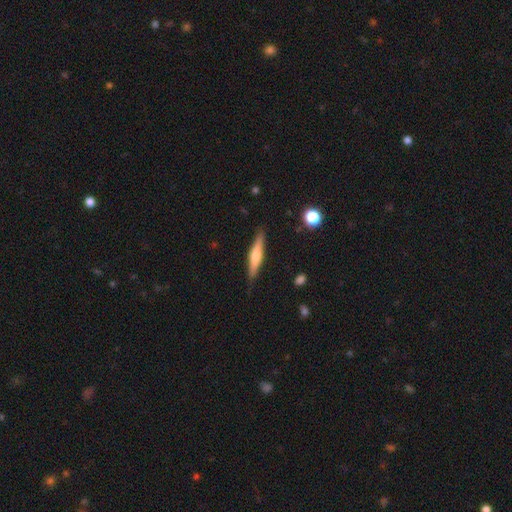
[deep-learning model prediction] smooth_or_featured: featured or disk (p=0.50) [alt: smooth p=0.44]
merging: none (p=0.86) [alt: minor disturbance p=0.10]